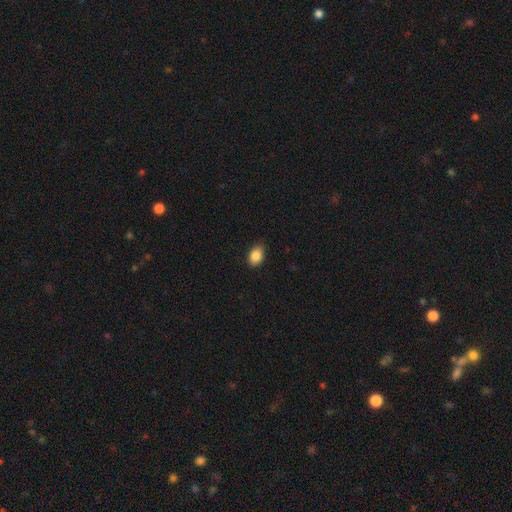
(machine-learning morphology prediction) Q: Smooth or featured?
A: smooth (87%); runner-up: star or artifact (8%)
Q: How rounded?
A: in between (79%); runner-up: round (20%)
Q: Merging?
A: none (86%); runner-up: minor disturbance (11%)